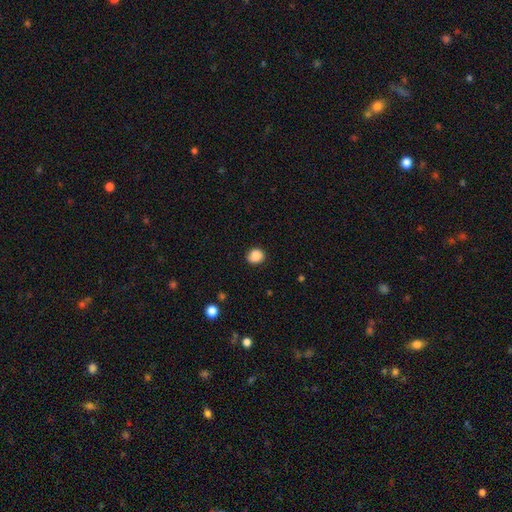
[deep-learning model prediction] The model was most divided on "how rounded": round: 76%, in between: 23%, cigar-shaped: 1%. More confident: smooth or featured — smooth (88%); merging — none (87%).